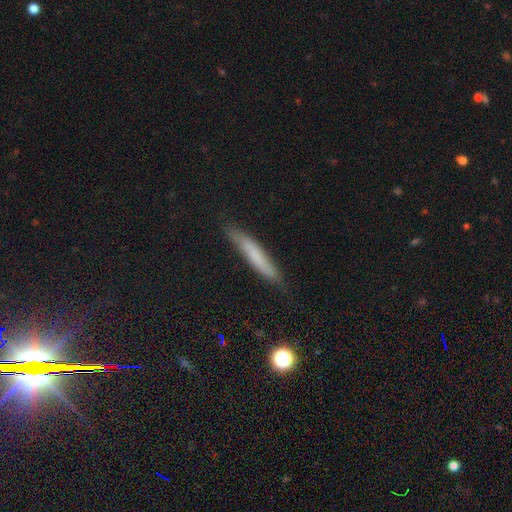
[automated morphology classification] Smooth or featured? smooth (68%)
How rounded? cigar-shaped (92%)
Merging? none (81%)